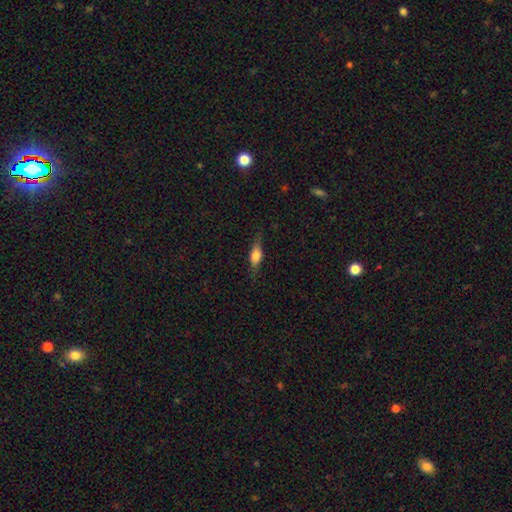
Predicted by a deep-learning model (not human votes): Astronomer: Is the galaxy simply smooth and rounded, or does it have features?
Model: smooth — 59%.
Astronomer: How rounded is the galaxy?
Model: in between — 60%.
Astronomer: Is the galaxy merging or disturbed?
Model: none — 74%.